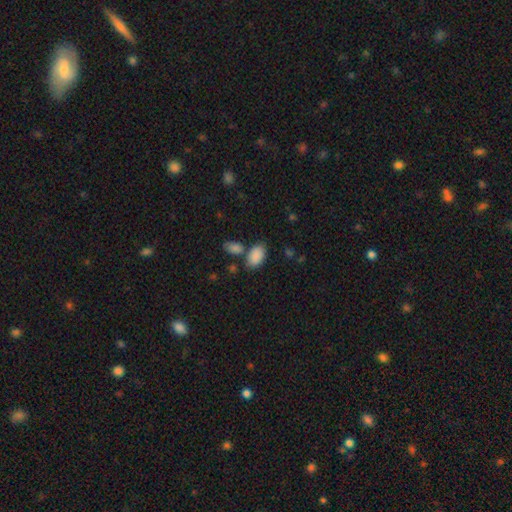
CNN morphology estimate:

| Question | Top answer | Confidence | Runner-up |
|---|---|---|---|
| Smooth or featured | smooth | 88% | star or artifact (7%) |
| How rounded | in between | 94% | round (5%) |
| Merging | none | 64% | merger (18%) |